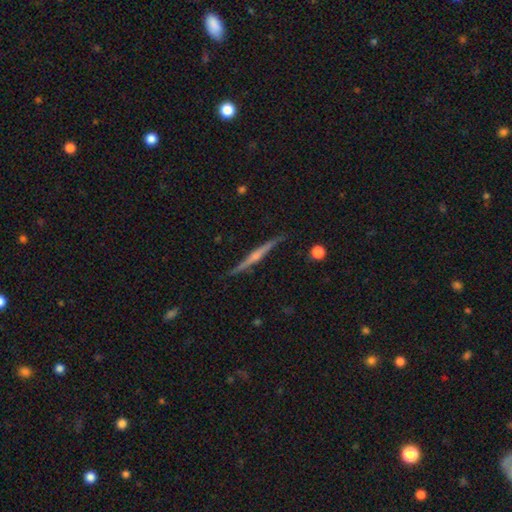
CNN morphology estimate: Smooth or featured? featured or disk (74%)
Edge-on disk? yes (98%)
Edge-on bulge? rounded (65%)
Merging? none (88%)